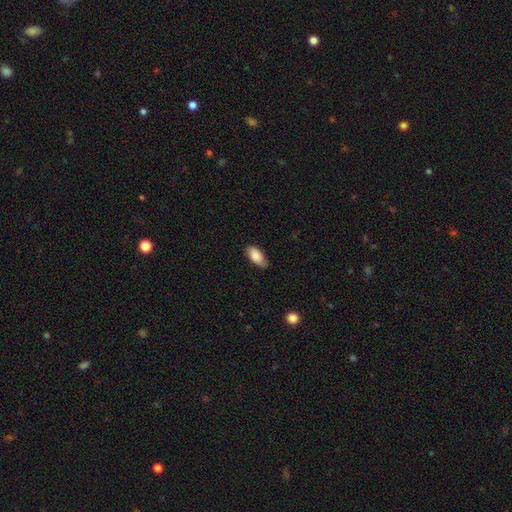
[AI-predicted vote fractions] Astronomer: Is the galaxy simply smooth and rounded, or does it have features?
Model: smooth — 84%.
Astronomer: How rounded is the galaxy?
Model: in between — 92%.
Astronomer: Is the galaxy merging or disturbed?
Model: none — 75%.